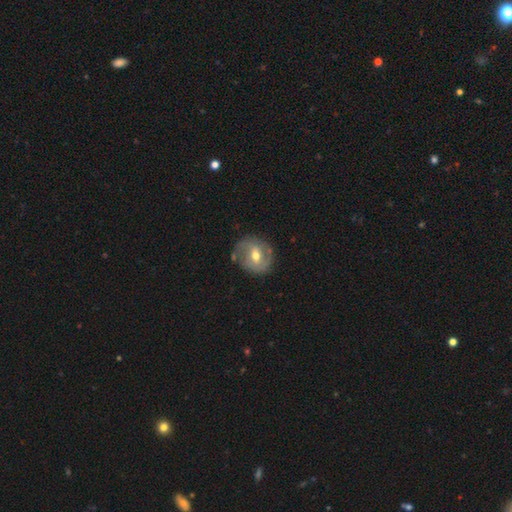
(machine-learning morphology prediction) A featured or disk galaxy (65%) with a weak bar (51%), spiral arms (72%) and a moderate central bulge (73%). Merging: none (71%).